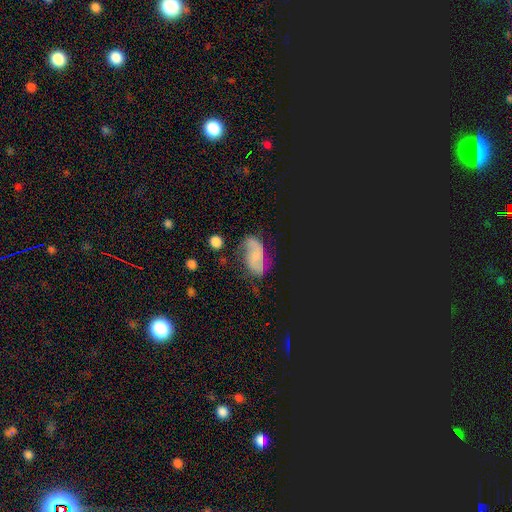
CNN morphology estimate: Smooth or featured? featured or disk (59%)
Edge-on disk? no (96%)
Bar? no (61%)
Spiral arms? yes (88%)
Spiral winding? medium (41%)
Spiral arm count? 2 (83%)
Bulge size? small (53%)
Merging? none (57%)